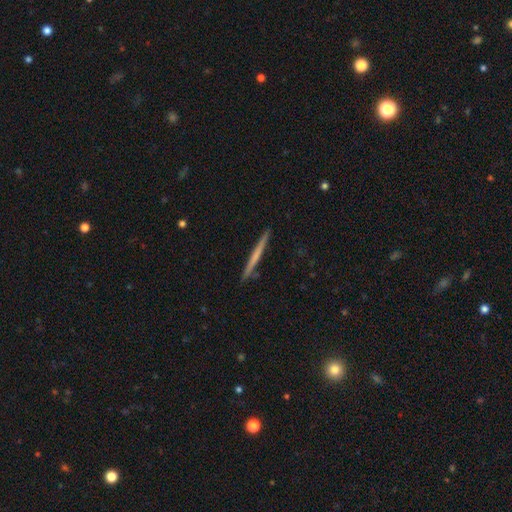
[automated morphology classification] type=featured or disk (49%); merging=none (91%).